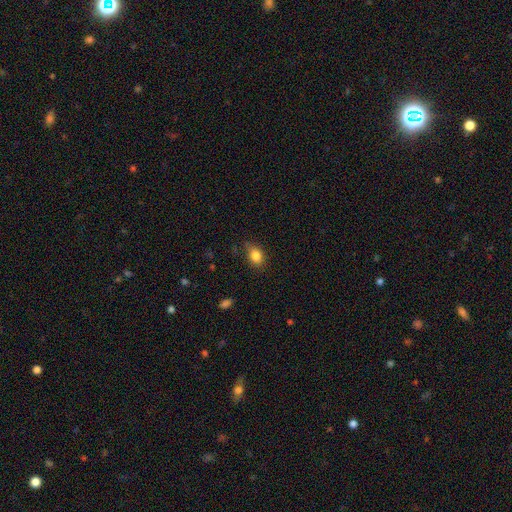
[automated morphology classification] A smooth galaxy with no disk features (84%) that is in between round and cigar-shaped (64%). Merging: none (73%).